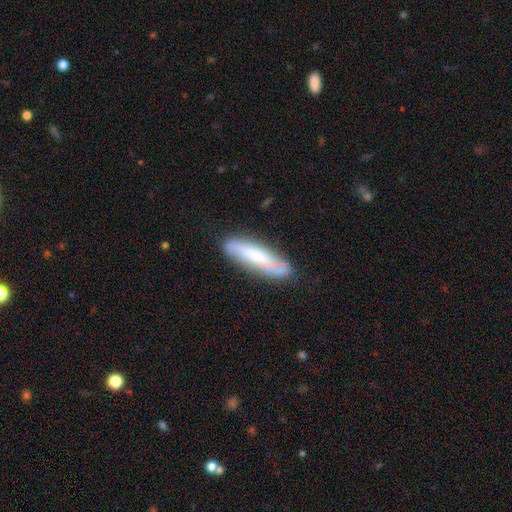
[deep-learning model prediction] Smooth or featured? smooth (57%)
How rounded? cigar-shaped (71%)
Merging? none (77%)